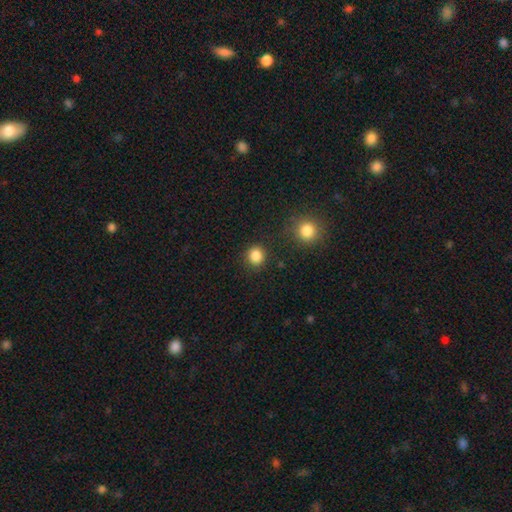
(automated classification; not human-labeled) Q: Smooth or featured?
A: smooth (86%); runner-up: star or artifact (11%)
Q: How rounded?
A: round (88%); runner-up: in between (11%)
Q: Merging?
A: none (86%); runner-up: minor disturbance (8%)